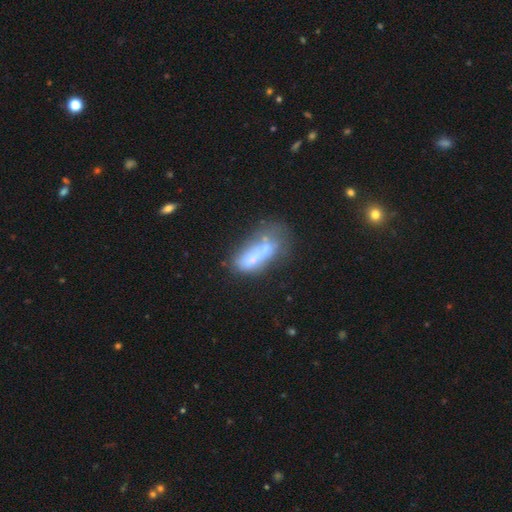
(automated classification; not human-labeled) Smooth or featured? smooth (51%)
How rounded? in between (70%)
Merging? merger (37%)